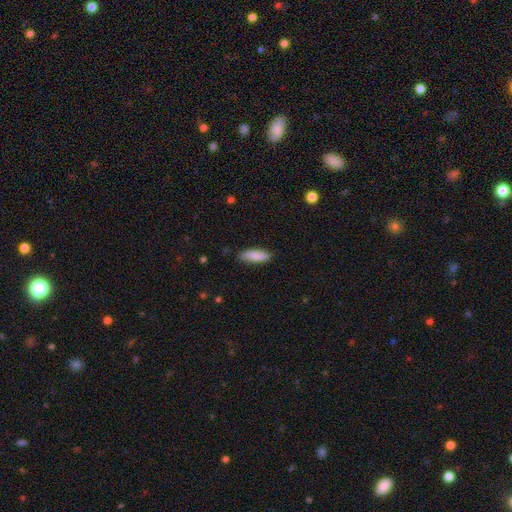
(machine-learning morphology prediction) A smooth galaxy with no disk features (85%) that is in between round and cigar-shaped (60%). Merging: none (82%).